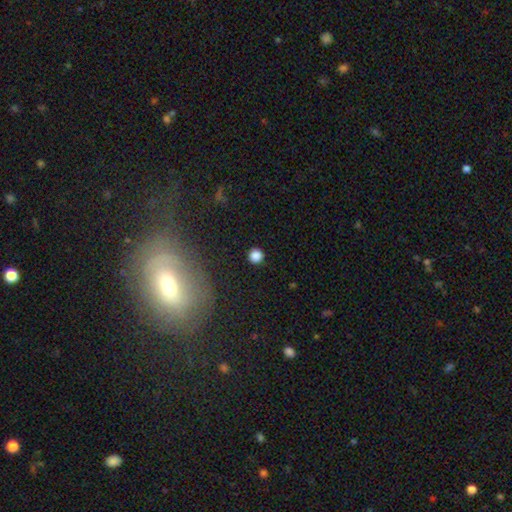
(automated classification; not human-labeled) Smooth or featured?
  - smooth: 85% *
  - star or artifact: 12%
  - featured or disk: 4%
How rounded?
  - round: 95% *
  - in between: 4%
  - cigar-shaped: 1%
Merging?
  - none: 92% *
  - minor disturbance: 5%
  - major disturbance: 2%
  - merger: 1%